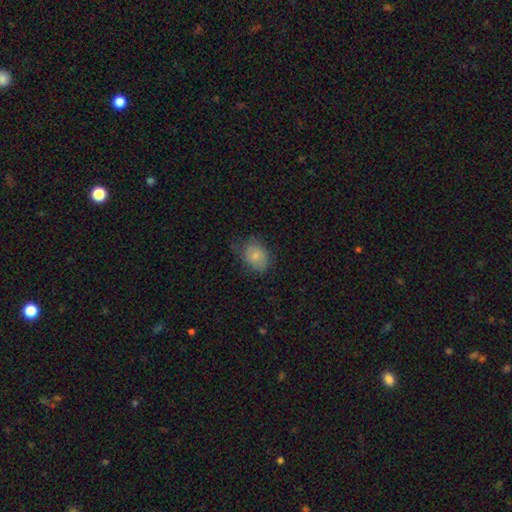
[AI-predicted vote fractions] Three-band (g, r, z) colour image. It shows a smooth galaxy with no disk features (79%) that is in between round and cigar-shaped (53%). Merging: none (65%).